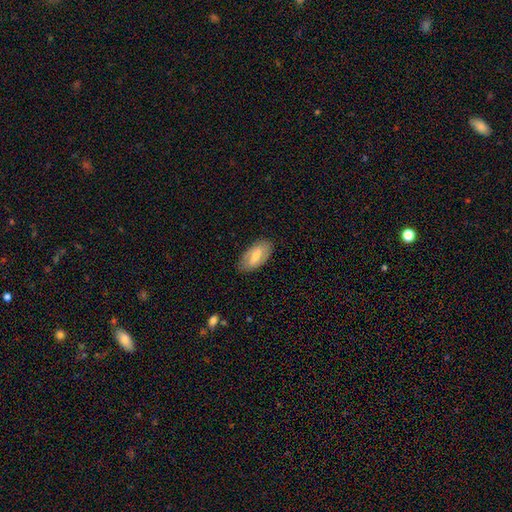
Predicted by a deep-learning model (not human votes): Q: Smooth or featured?
A: smooth (58%); runner-up: featured or disk (36%)
Q: How rounded?
A: in between (91%); runner-up: cigar-shaped (6%)
Q: Merging?
A: none (84%); runner-up: minor disturbance (12%)